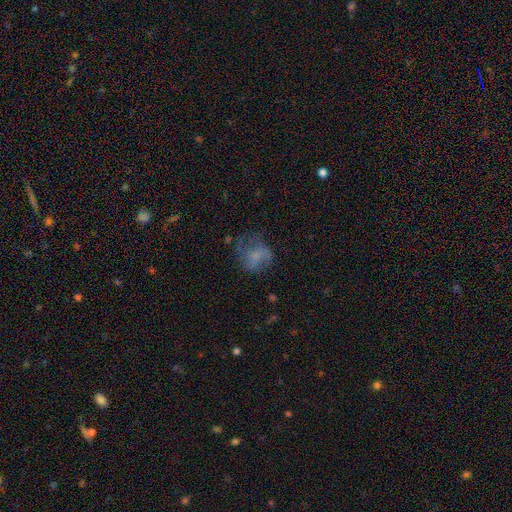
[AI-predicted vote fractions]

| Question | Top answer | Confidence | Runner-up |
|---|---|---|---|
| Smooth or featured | smooth | 49% | featured or disk (39%) |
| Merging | none | 48% | major disturbance (27%) |